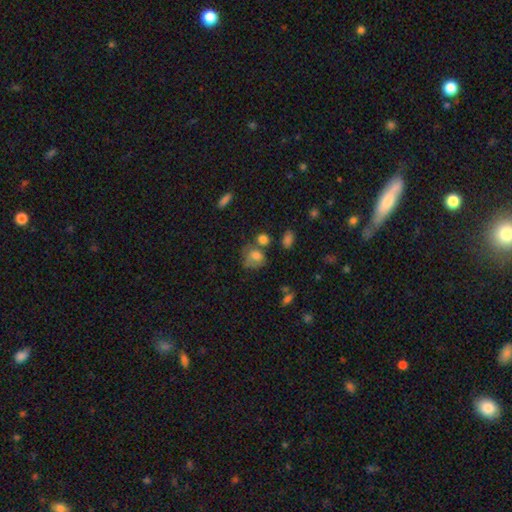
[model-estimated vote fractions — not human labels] smooth_or_featured: smooth (p=0.70) [alt: featured or disk p=0.19]
how_rounded: round (p=0.58) [alt: in between p=0.41]
merging: none (p=0.39) [alt: minor disturbance p=0.23]